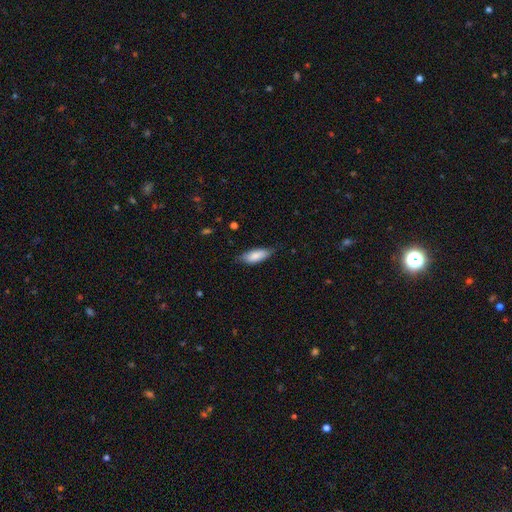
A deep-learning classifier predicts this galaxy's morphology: Smooth or featured: smooth — 83% (featured or disk — 11%)
How rounded: in between — 77% (cigar-shaped — 22%)
Merging: none — 70% (minor disturbance — 25%)